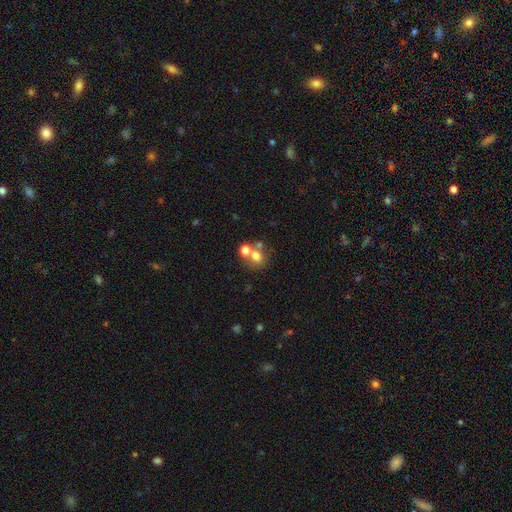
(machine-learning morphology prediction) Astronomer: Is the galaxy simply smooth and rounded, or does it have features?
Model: smooth — 67%.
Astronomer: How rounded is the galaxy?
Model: round — 73%.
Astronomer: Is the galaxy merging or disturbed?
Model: merger — 45% (runner-up: none, 43%).